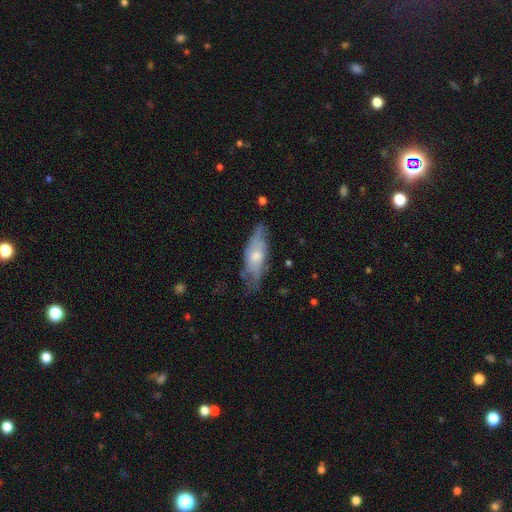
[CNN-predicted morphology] This is possibly a featured or disk galaxy (48%). Merging: possibly none (55%).